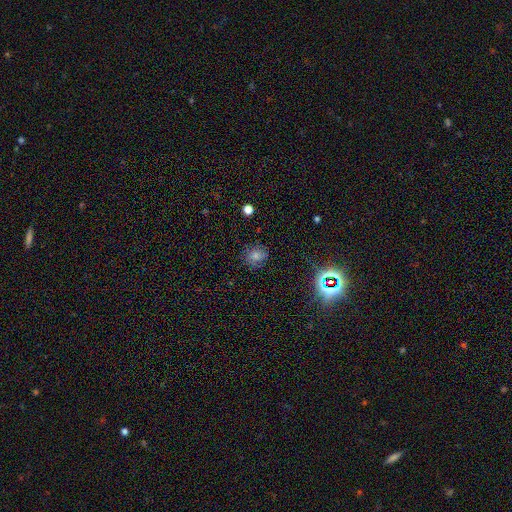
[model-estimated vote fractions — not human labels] This appears to be a smooth galaxy with no disk features (51%) that is round (75%). Merging: none (79%).